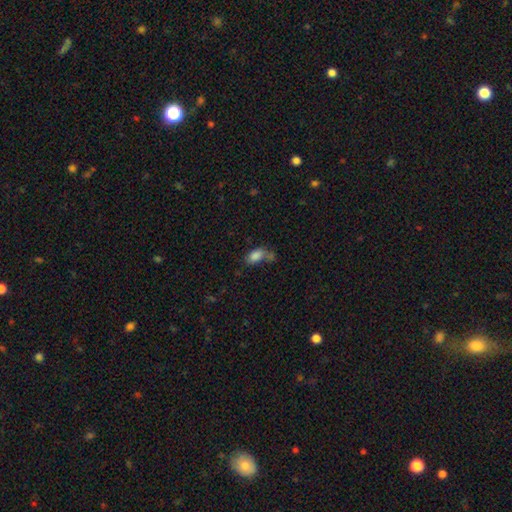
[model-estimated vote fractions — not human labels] Overall: smooth (82%). How rounded: in between (88%). Merging: none (38%; merger 29%).